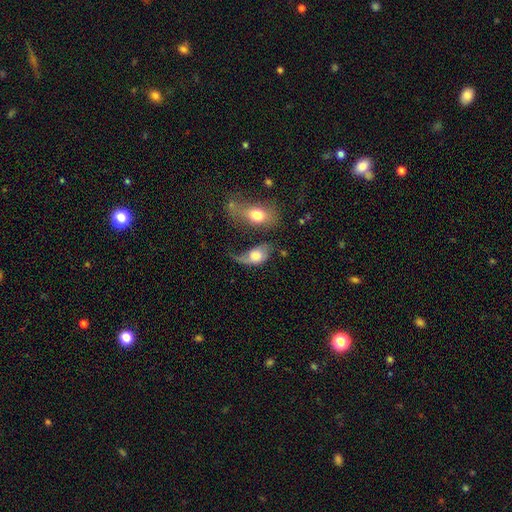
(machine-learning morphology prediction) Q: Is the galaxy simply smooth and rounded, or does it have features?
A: smooth — 55%.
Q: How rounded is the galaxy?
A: in between — 80%.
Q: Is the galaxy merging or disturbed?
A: major disturbance — 41%.